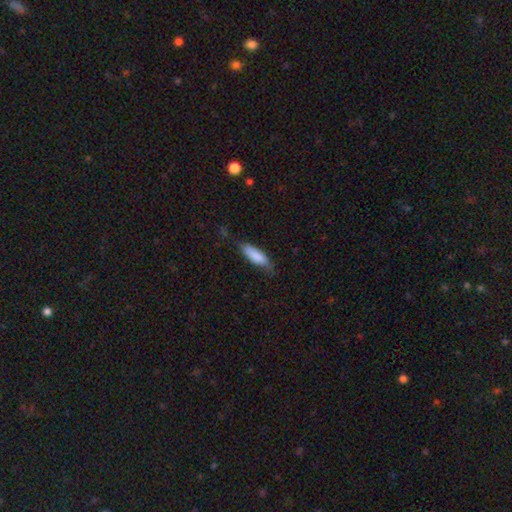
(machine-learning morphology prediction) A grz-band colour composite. It shows a smooth galaxy with no disk features (83%) that is in between round and cigar-shaped (54%). Merging: none (63%).